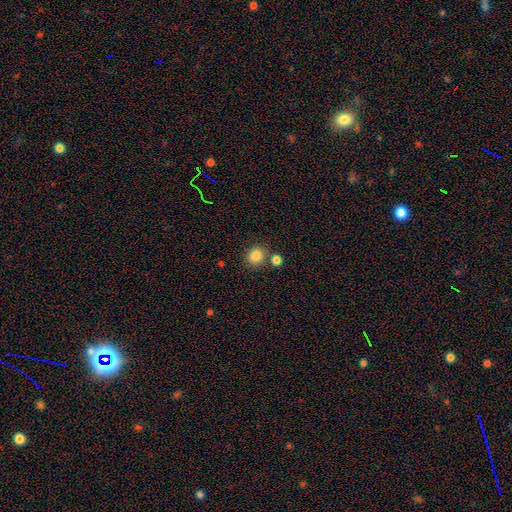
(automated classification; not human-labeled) A smooth galaxy with no disk features (85%) that is round (82%). Merging: none (75%).